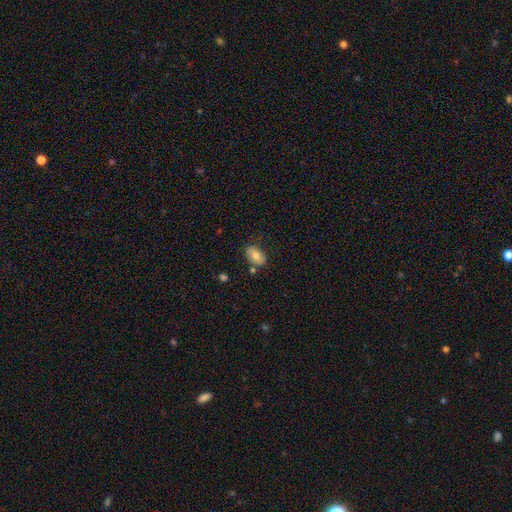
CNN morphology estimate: Overall: smooth (74%). How rounded: in between (90%). Merging: none (73%).